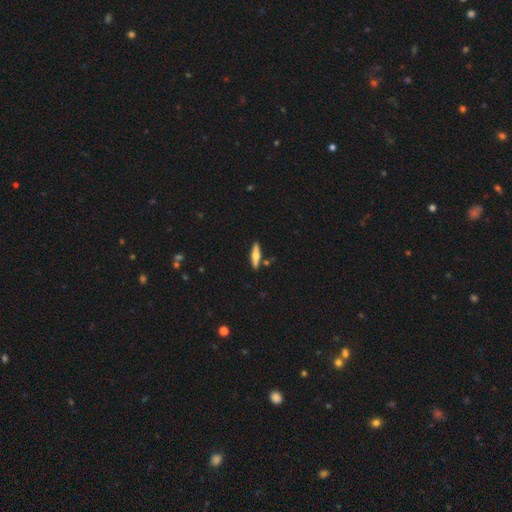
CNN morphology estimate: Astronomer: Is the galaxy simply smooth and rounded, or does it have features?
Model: smooth — 47%, tied with featured or disk at 47%.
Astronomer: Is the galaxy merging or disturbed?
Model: none — 85%.